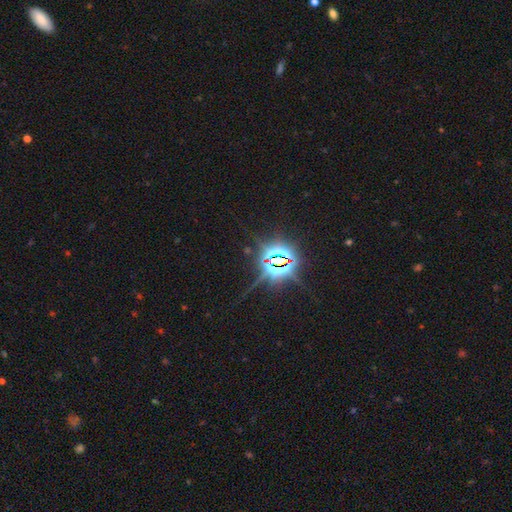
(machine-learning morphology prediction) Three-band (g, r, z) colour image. It shows a star or artifact, not a galaxy (86%).